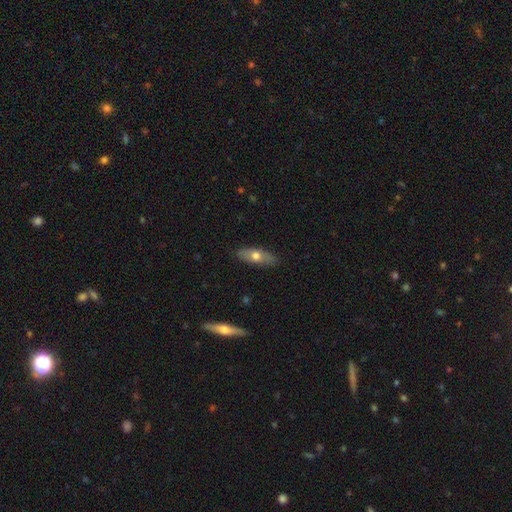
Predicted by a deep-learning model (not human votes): This appears to be a smooth galaxy with no disk features (59%) that is in between round and cigar-shaped (73%). Merging: none (86%).